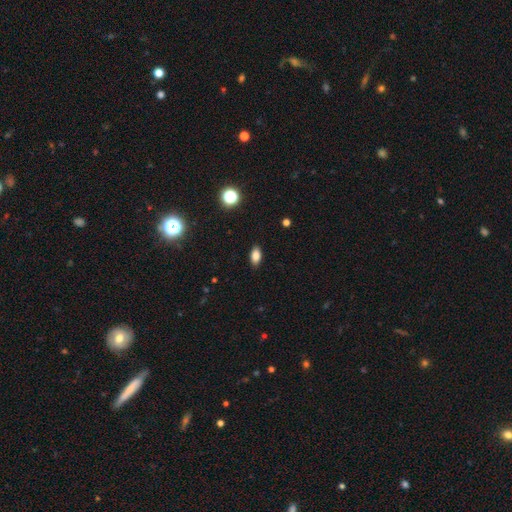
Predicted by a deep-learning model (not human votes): Smooth or featured: smooth — 82% (star or artifact — 11%)
How rounded: in between — 89% (round — 7%)
Merging: none — 89% (minor disturbance — 8%)